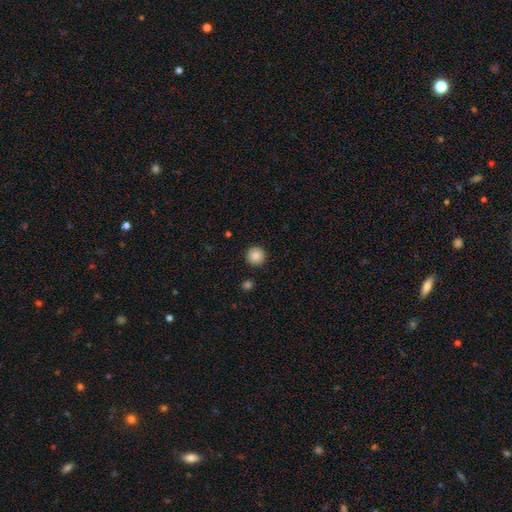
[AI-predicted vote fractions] Morphology: type=smooth (86%); roundness=round (96%); merging=none (92%).